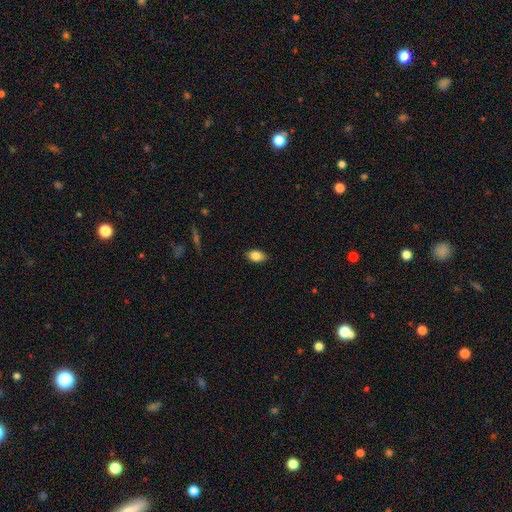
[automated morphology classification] A smooth galaxy with no disk features (84%) that is in between round and cigar-shaped (89%). Merging: none (86%).